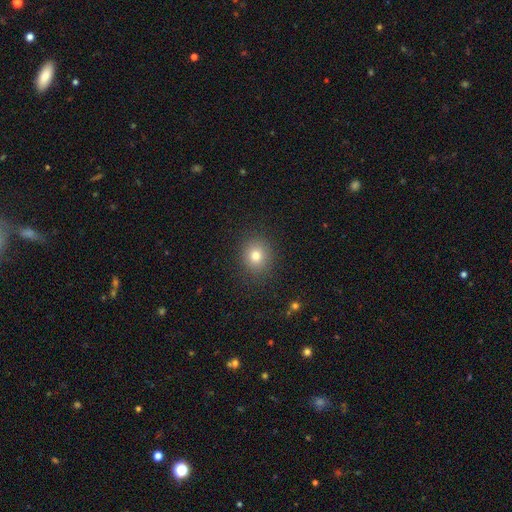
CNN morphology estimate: smooth 77%, star or artifact 14%, featured or disk 9%. Down the decision tree: how rounded — round (82%); merging — none (88%).